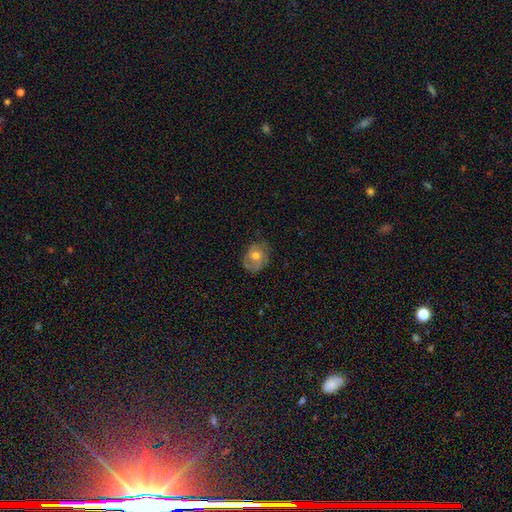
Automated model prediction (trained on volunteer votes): Morphology: type=smooth (48%); merging=none (65%).